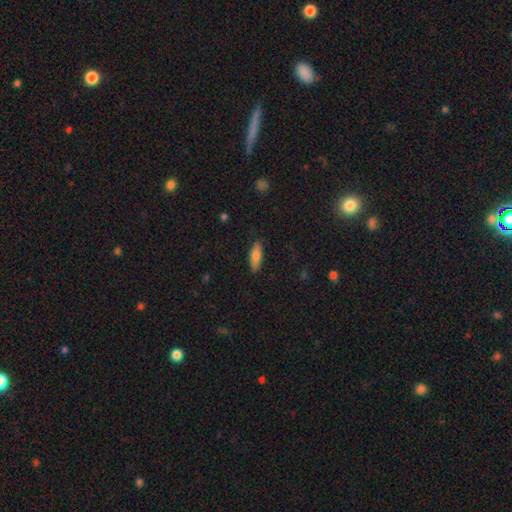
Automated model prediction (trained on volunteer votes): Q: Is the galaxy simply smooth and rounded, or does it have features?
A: smooth — 78%.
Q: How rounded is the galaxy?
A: in between — 51%.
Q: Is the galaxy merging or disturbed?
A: none — 87%.